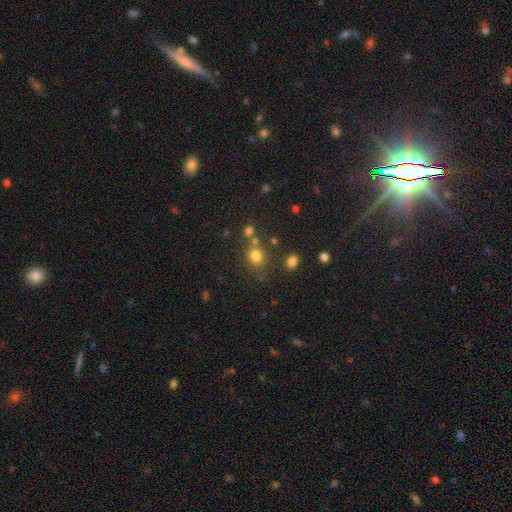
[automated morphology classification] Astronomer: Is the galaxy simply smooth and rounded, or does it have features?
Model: smooth — 77%.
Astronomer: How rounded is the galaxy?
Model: round — 76%.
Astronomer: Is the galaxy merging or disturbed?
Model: none — 69%.